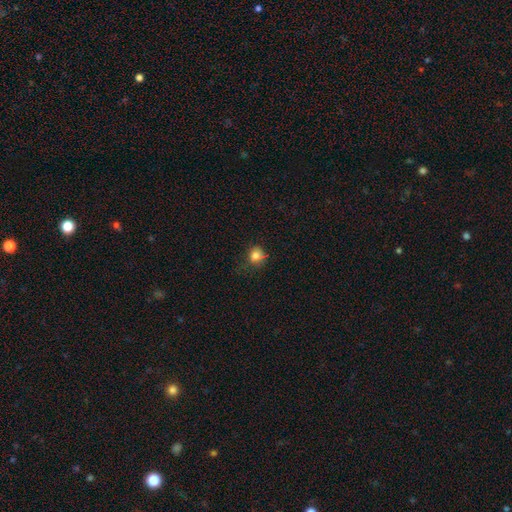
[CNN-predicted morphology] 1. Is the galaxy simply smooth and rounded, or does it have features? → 81% smooth, 13% star or artifact, 6% featured or disk.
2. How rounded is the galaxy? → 78% round, 21% in between, 1% cigar-shaped.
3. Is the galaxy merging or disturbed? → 63% none, 25% minor disturbance, 10% major disturbance, 3% merger.